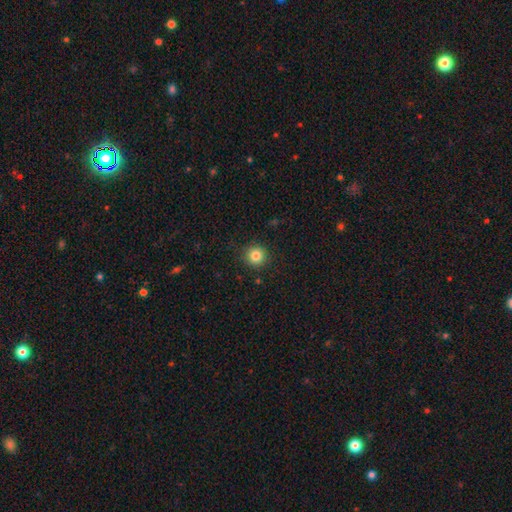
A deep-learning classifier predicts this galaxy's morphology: This is clearly a smooth galaxy (83%). How rounded: clearly round (94%). Merging: clearly none (90%).